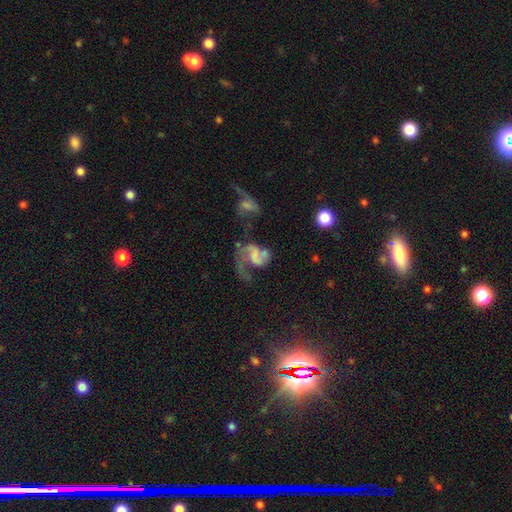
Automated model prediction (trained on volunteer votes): This appears to be a featured or disk galaxy (65%) with no bar (60%), spiral arms (77%) and no central bulge (62%). Merging: major disturbance (46%).